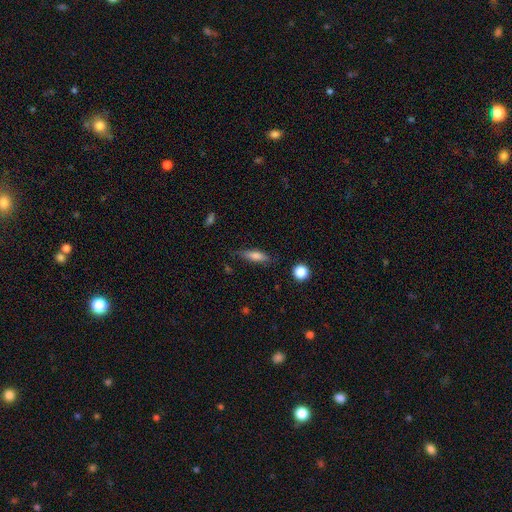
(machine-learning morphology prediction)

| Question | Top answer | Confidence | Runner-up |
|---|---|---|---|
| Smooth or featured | smooth | 71% | featured or disk (21%) |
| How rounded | cigar-shaped | 58% | in between (39%) |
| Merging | none | 76% | minor disturbance (17%) |